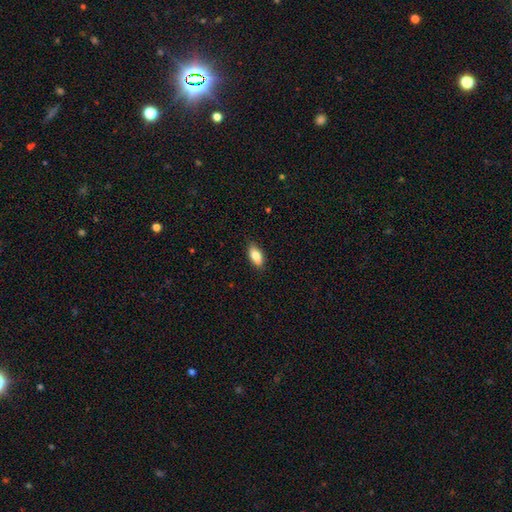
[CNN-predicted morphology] smooth_or_featured: smooth (p=0.83) [alt: featured or disk p=0.10]
how_rounded: in between (p=0.89) [alt: cigar-shaped p=0.07]
merging: none (p=0.87) [alt: minor disturbance p=0.11]